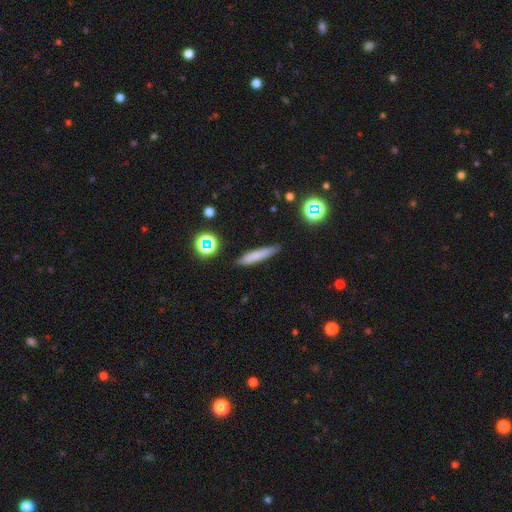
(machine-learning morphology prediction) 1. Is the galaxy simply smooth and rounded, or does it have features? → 72% smooth, 18% featured or disk, 10% star or artifact.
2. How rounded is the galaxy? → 90% cigar-shaped, 8% in between, 2% round.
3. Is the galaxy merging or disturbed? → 83% none, 12% minor disturbance, 3% major disturbance, 2% merger.